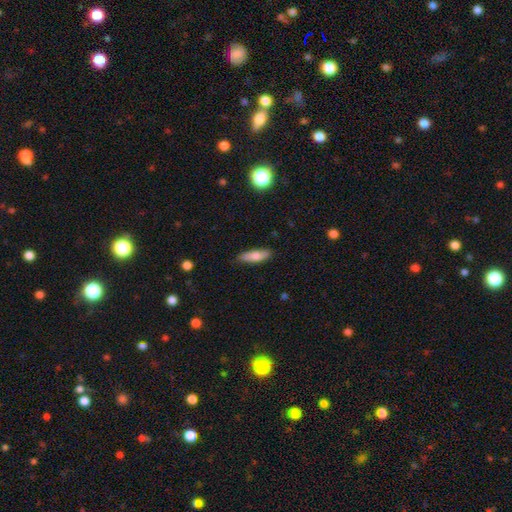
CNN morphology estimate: Smooth or featured: smooth — 73% (featured or disk — 20%)
How rounded: cigar-shaped — 59% (in between — 39%)
Merging: none — 85% (minor disturbance — 12%)